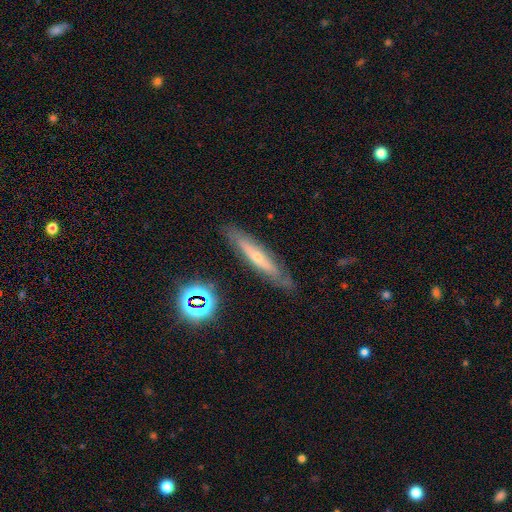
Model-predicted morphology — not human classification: A featured or disk galaxy (55%) viewed edge-on (74%). Merging: none (81%).